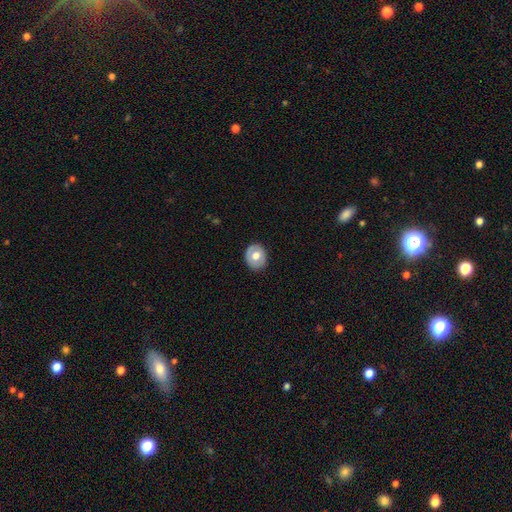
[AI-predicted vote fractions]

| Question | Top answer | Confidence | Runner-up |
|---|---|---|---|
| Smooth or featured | smooth | 60% | featured or disk (33%) |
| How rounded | round | 67% | in between (33%) |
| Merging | none | 85% | minor disturbance (11%) |